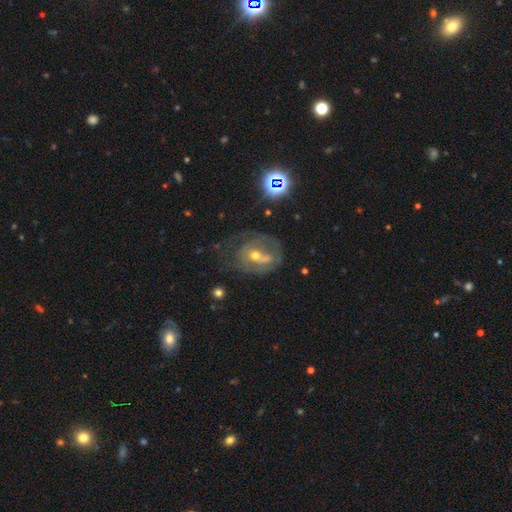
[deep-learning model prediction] smooth_or_featured: featured or disk (p=0.67) [alt: smooth p=0.18]
disk_edge_on: no (p=0.95) [alt: yes p=0.05]
bar: no (p=0.44) [alt: weak p=0.38]
has_spiral_arms: yes (p=0.63) [alt: no p=0.37]
bulge_size: moderate (p=0.48) [alt: small p=0.47]
merging: none (p=0.48) [alt: major disturbance p=0.23]